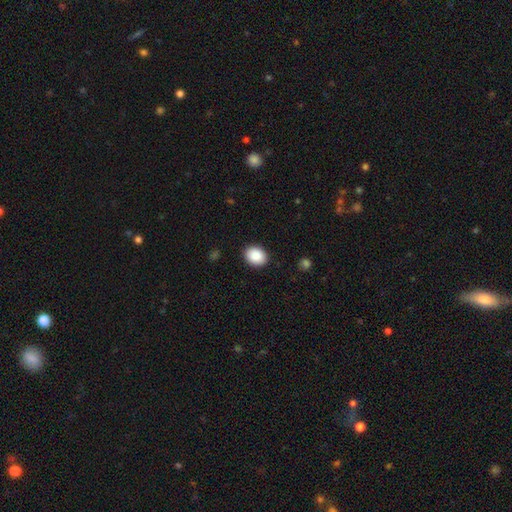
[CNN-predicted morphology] A smooth galaxy with no disk features (89%) that is in between round and cigar-shaped (57%).

Vote fractions:
- Smooth or featured? smooth: 89% / star or artifact: 7% / featured or disk: 3%
- How rounded? in between: 57% / round: 42% / cigar-shaped: 1%
- Merging? none: 90% / minor disturbance: 7% / major disturbance: 2% / merger: 1%